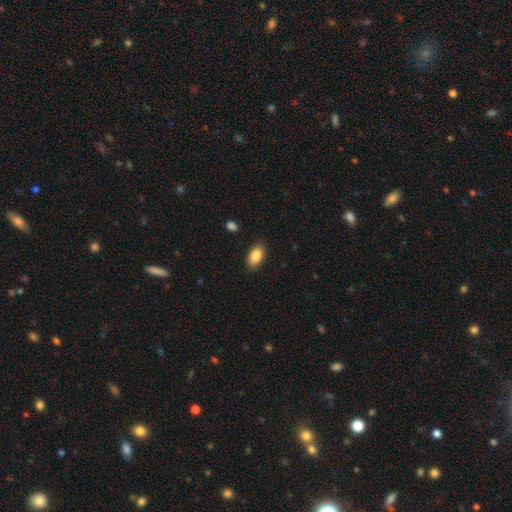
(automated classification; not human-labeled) Smooth or featured?
  - smooth: 88% *
  - star or artifact: 7%
  - featured or disk: 5%
How rounded?
  - in between: 93% *
  - round: 4%
  - cigar-shaped: 3%
Merging?
  - none: 87% *
  - minor disturbance: 9%
  - major disturbance: 2%
  - merger: 1%